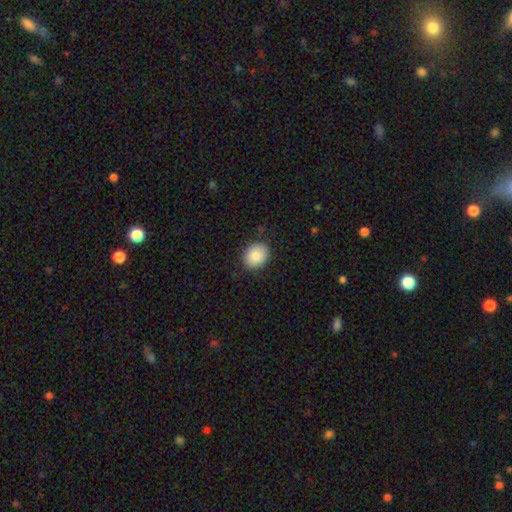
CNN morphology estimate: Smooth or featured?
  - smooth: 87% *
  - star or artifact: 7%
  - featured or disk: 6%
How rounded?
  - round: 53% *
  - in between: 46%
  - cigar-shaped: 1%
Merging?
  - none: 86% *
  - minor disturbance: 11%
  - major disturbance: 2%
  - merger: 1%